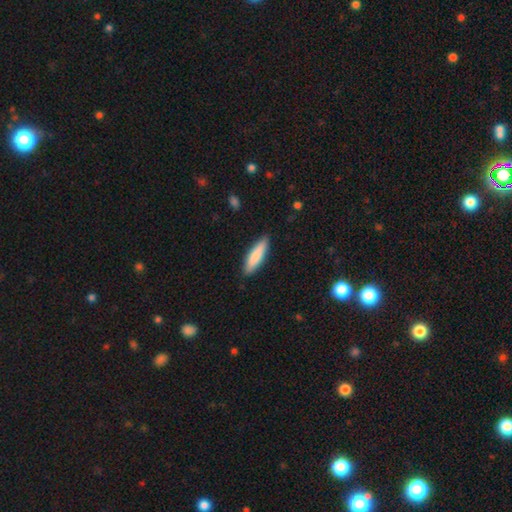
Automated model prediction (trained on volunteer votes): Smooth or featured? smooth (82%)
How rounded? cigar-shaped (70%)
Merging? none (87%)